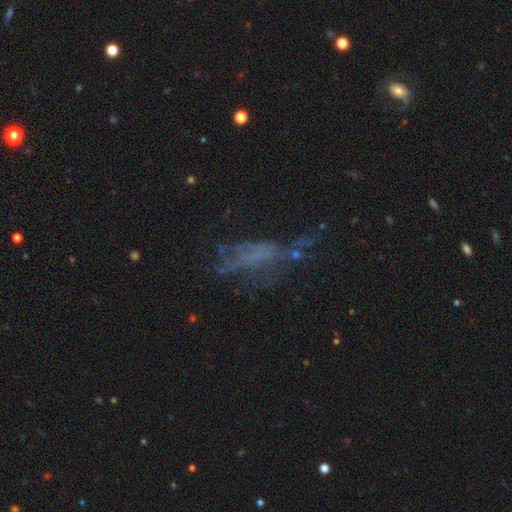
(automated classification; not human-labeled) featured or disk 45%, smooth 30%, star or artifact 25%. Down the decision tree: merging — major disturbance (37%).